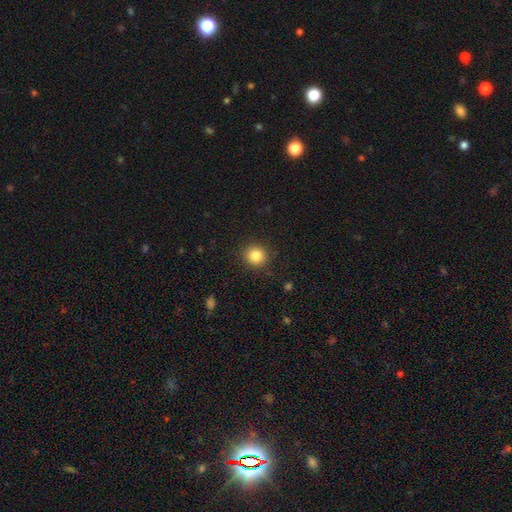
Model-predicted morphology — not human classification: Smooth or featured?
  - smooth: 84% *
  - star or artifact: 11%
  - featured or disk: 5%
How rounded?
  - round: 90% *
  - in between: 9%
  - cigar-shaped: 1%
Merging?
  - none: 90% *
  - minor disturbance: 6%
  - major disturbance: 2%
  - merger: 1%